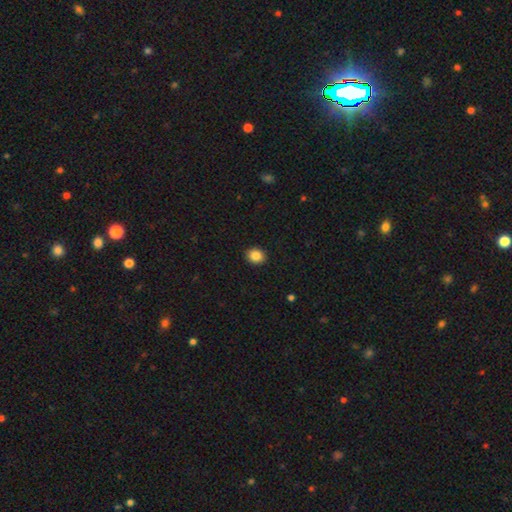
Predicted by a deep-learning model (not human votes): Smooth or featured?
  - smooth: 86% *
  - star or artifact: 9%
  - featured or disk: 5%
How rounded?
  - round: 60% *
  - in between: 39%
  - cigar-shaped: 1%
Merging?
  - none: 92% *
  - minor disturbance: 6%
  - major disturbance: 2%
  - merger: 1%